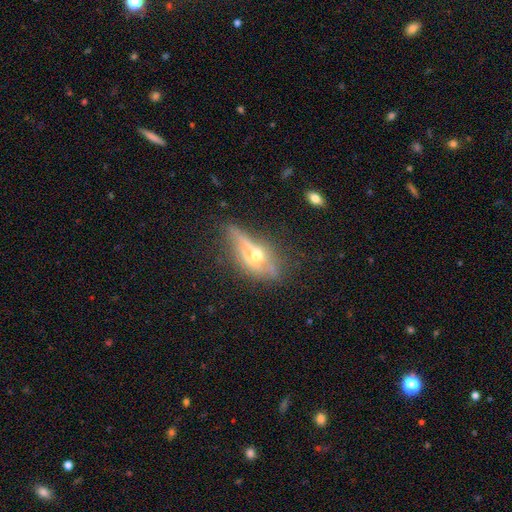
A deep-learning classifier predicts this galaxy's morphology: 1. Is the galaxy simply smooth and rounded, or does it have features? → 59% featured or disk, 28% smooth, 12% star or artifact.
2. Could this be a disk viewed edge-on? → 75% yes, 25% no.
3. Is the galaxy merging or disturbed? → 66% none, 20% minor disturbance, 10% major disturbance, 4% merger.